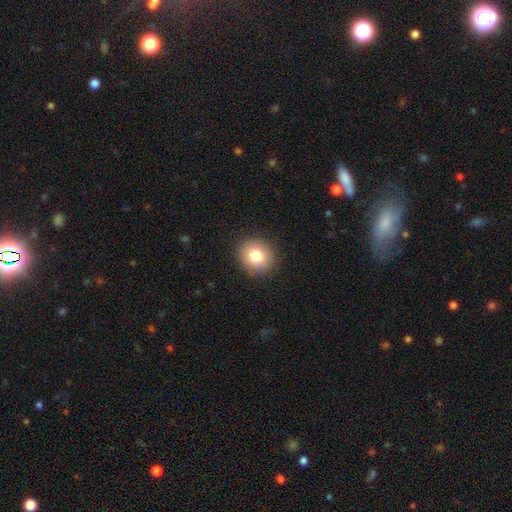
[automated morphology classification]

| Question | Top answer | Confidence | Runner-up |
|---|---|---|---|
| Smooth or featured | smooth | 82% | star or artifact (10%) |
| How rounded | round | 82% | in between (17%) |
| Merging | none | 89% | minor disturbance (8%) |